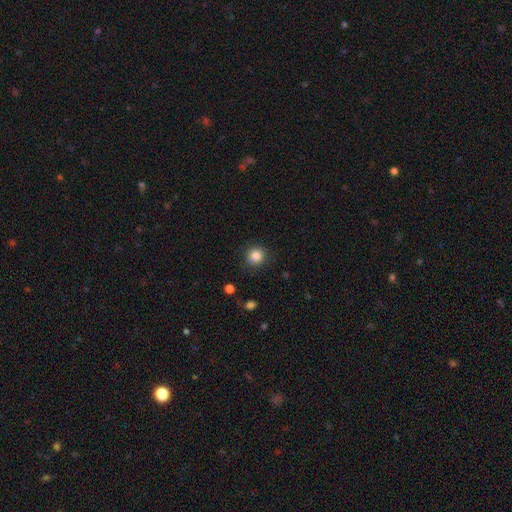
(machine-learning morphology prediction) Smooth or featured: smooth — 85% (star or artifact — 11%)
How rounded: round — 88% (in between — 11%)
Merging: none — 86% (minor disturbance — 9%)